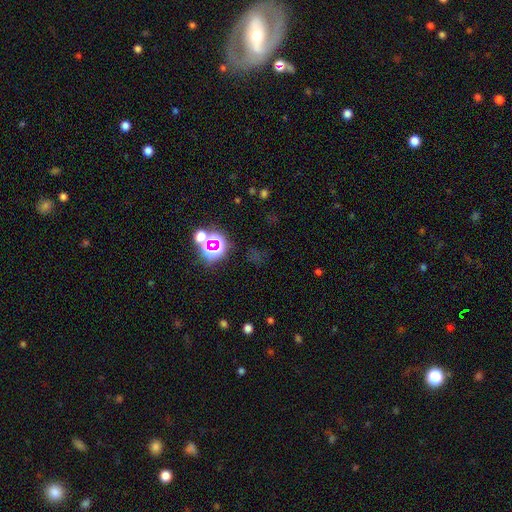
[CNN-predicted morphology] star or artifact 70%, smooth 20%, featured or disk 10%.